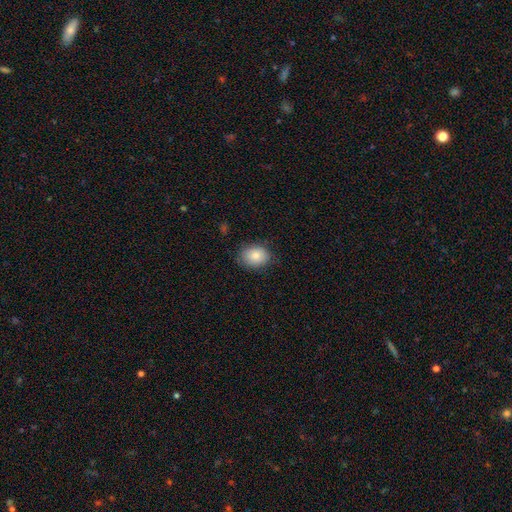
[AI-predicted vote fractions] Q: Smooth or featured?
A: smooth (83%); runner-up: featured or disk (9%)
Q: How rounded?
A: in between (57%); runner-up: round (42%)
Q: Merging?
A: none (82%); runner-up: minor disturbance (14%)